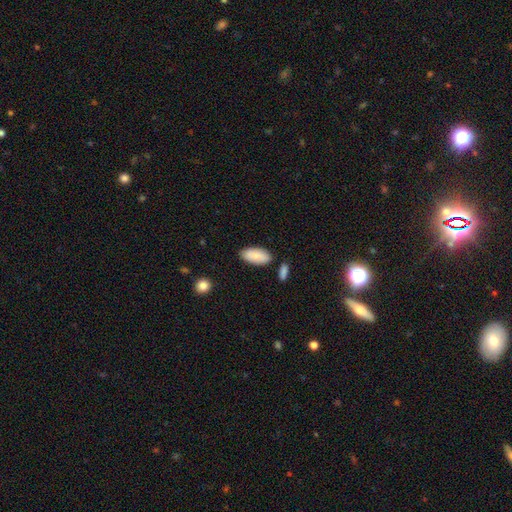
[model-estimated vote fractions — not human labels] smooth-or-featured: smooth: 83% | featured or disk: 11% | star or artifact: 6%
  how-rounded: in between: 92% | cigar-shaped: 6% | round: 2%
  merging: none: 79% | minor disturbance: 13% | merger: 5% | major disturbance: 3%